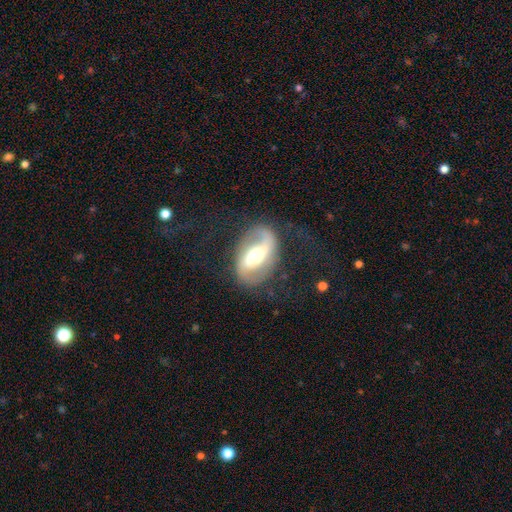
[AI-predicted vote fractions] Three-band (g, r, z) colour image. It shows a featured or disk galaxy (82%) with a strong bar (53%), 2 (89%) loose (51%) spiral arms (86%) and a moderate central bulge (67%). Merging: none (76%).